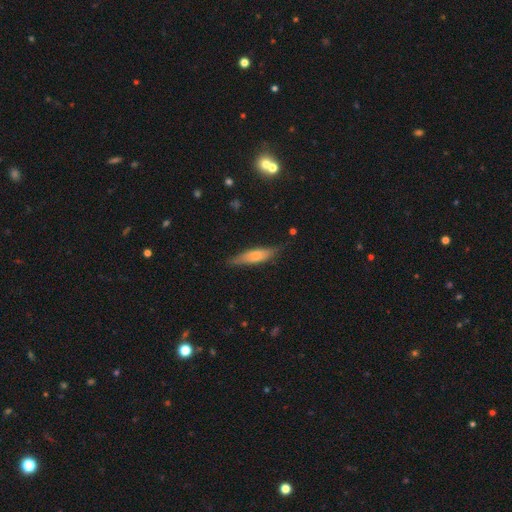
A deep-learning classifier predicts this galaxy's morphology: Smooth or featured: smooth — 70% (featured or disk — 23%)
How rounded: cigar-shaped — 68% (in between — 30%)
Merging: none — 75% (minor disturbance — 20%)